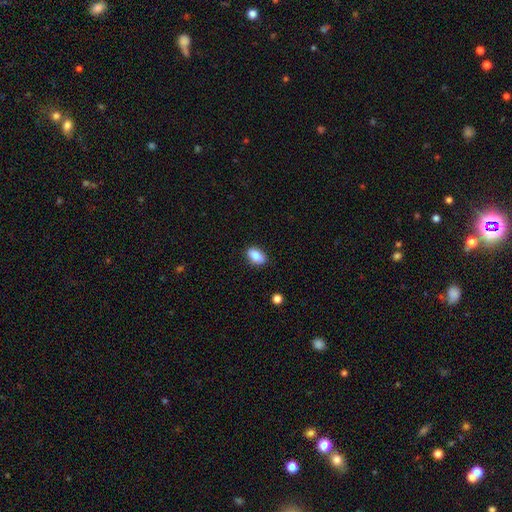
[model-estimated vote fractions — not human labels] Q: Smooth or featured?
A: smooth (85%); runner-up: featured or disk (8%)
Q: How rounded?
A: in between (88%); runner-up: round (8%)
Q: Merging?
A: none (86%); runner-up: minor disturbance (10%)